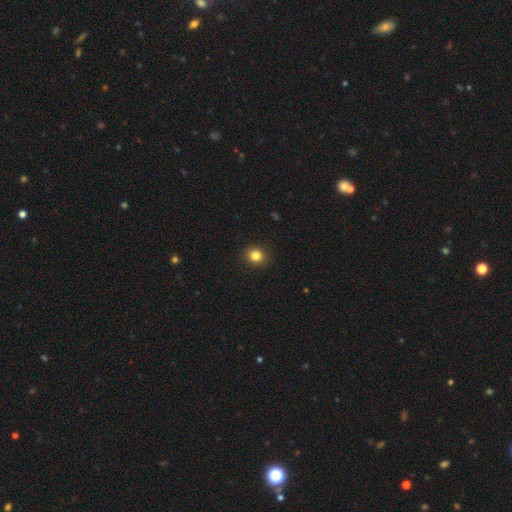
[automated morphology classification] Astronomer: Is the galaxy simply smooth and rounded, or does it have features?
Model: smooth — 84%.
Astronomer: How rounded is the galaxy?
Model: round — 84%.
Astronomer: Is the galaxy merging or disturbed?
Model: none — 91%.